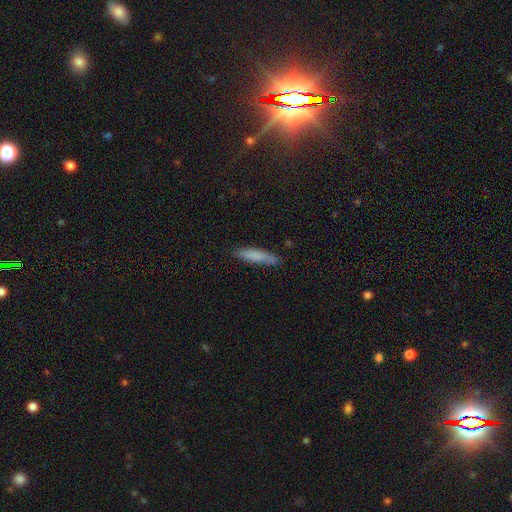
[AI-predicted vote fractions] smooth 79%, featured or disk 14%, star or artifact 7%. Down the decision tree: how rounded — cigar-shaped (84%); merging — none (79%).